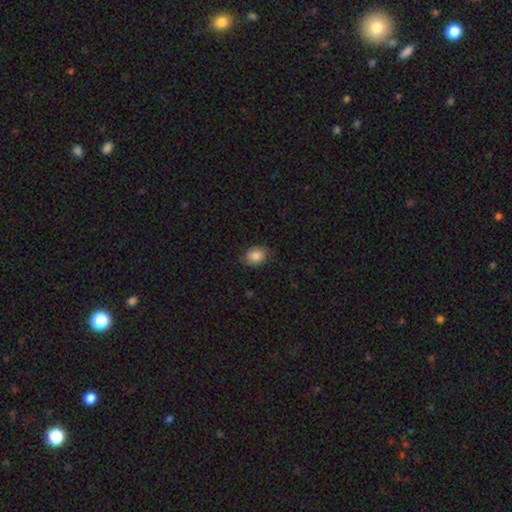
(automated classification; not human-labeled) Overall: smooth (81%). How rounded: in between (58%; round 41%). Merging: none (78%).